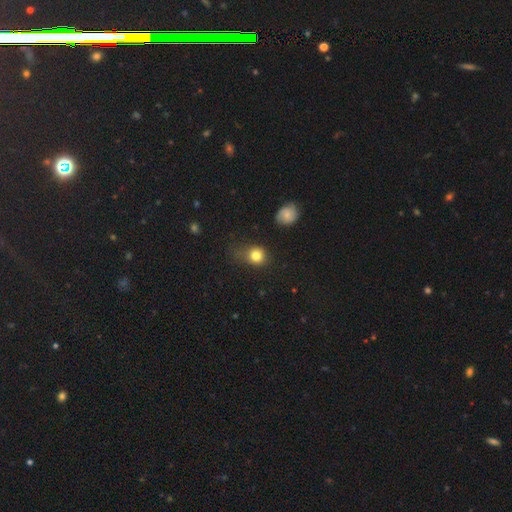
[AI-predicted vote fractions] smooth_or_featured: smooth (p=0.81) [alt: star or artifact p=0.11]
how_rounded: round (p=0.73) [alt: in between p=0.26]
merging: none (p=0.55) [alt: minor disturbance p=0.28]